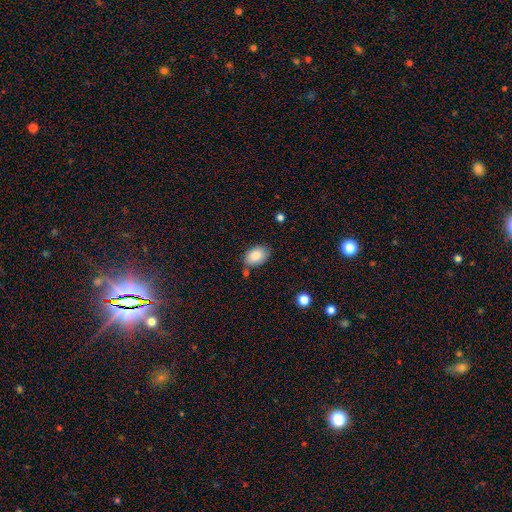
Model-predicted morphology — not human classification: A smooth galaxy with no disk features (86%) that is in between round and cigar-shaped (88%).

Vote fractions:
- Smooth or featured? smooth: 86% / featured or disk: 7% / star or artifact: 7%
- How rounded? in between: 88% / round: 11% / cigar-shaped: 1%
- Merging? none: 73% / minor disturbance: 19% / merger: 5% / major disturbance: 4%